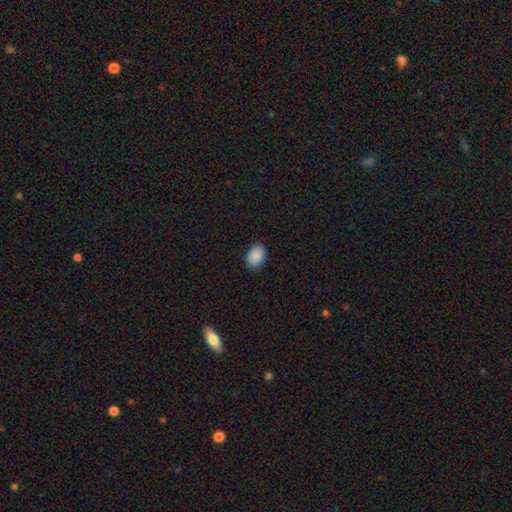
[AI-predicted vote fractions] This appears to be a smooth galaxy with no disk features (90%) that is in between round and cigar-shaped (84%). Merging: none (87%).